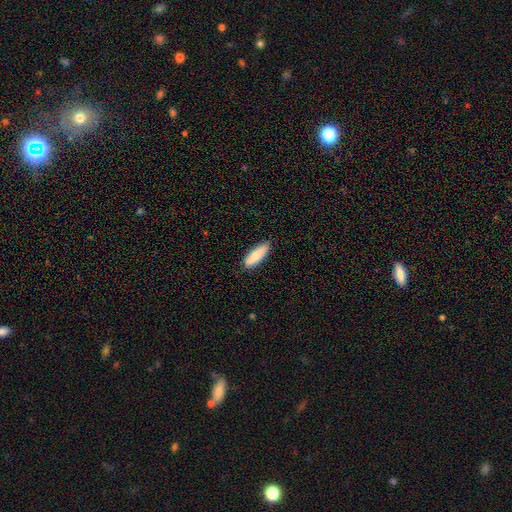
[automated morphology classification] A smooth galaxy with no disk features (81%) that is in between round and cigar-shaped (59%).

Vote fractions:
- Smooth or featured? smooth: 81% / featured or disk: 13% / star or artifact: 6%
- How rounded? in between: 59% / cigar-shaped: 39% / round: 2%
- Merging? none: 86% / minor disturbance: 11% / major disturbance: 2% / merger: 1%